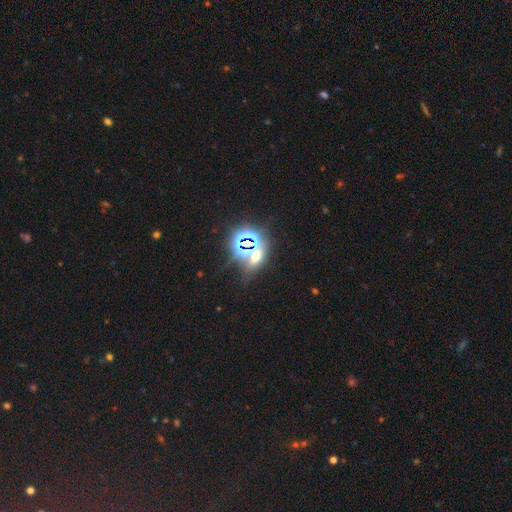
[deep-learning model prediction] A star or artifact, not a galaxy (61%).

Vote fractions:
- Smooth or featured? star or artifact: 61% / smooth: 28% / featured or disk: 11%